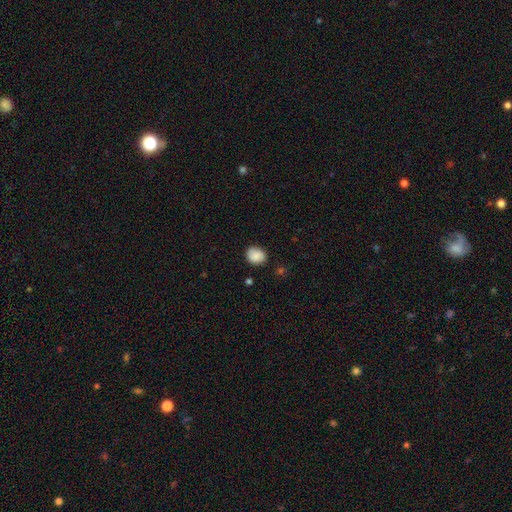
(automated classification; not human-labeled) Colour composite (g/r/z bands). It shows a smooth galaxy with no disk features (87%) that is round (58%). Merging: none (80%).